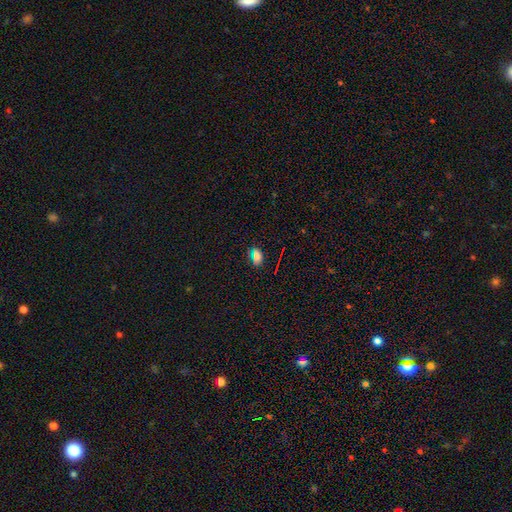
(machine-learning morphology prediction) smooth 62%, star or artifact 30%, featured or disk 8%. Down the decision tree: how rounded — in between (72%); merging — none (83%).